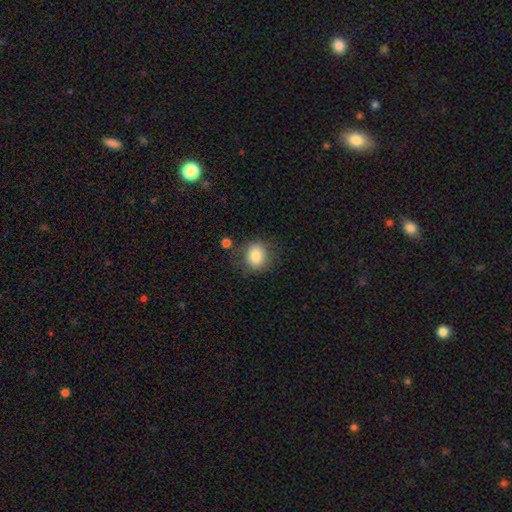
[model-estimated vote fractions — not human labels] The model was most divided on "how rounded": round: 74%, in between: 25%, cigar-shaped: 1%. More confident: smooth or featured — smooth (83%); merging — none (74%).